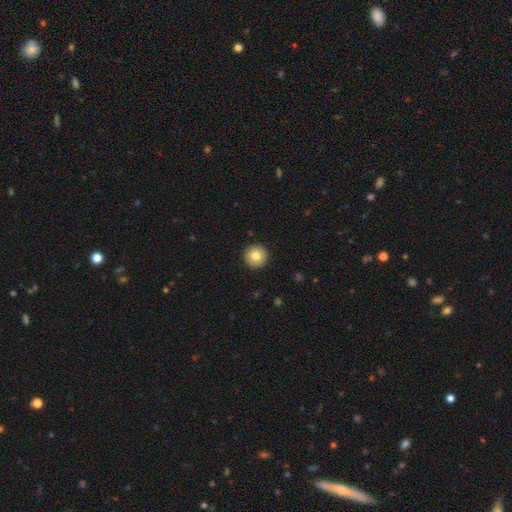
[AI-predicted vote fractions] The model was most divided on "smooth or featured": smooth: 79%, featured or disk: 13%, star or artifact: 8%. More confident: how rounded — round (96%); merging — none (93%).